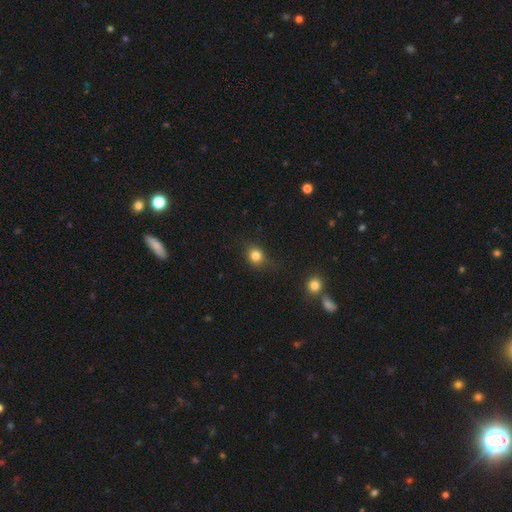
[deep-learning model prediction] Smooth or featured?
  - smooth: 81% *
  - star or artifact: 13%
  - featured or disk: 7%
How rounded?
  - round: 73% *
  - in between: 25%
  - cigar-shaped: 1%
Merging?
  - none: 73% *
  - minor disturbance: 19%
  - major disturbance: 6%
  - merger: 2%